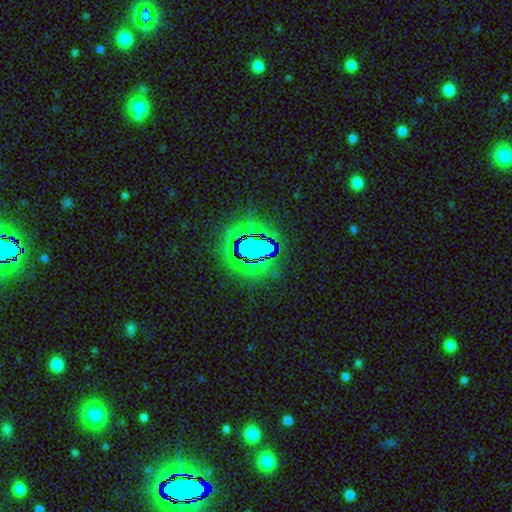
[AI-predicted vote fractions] Smooth or featured? star or artifact (78%)